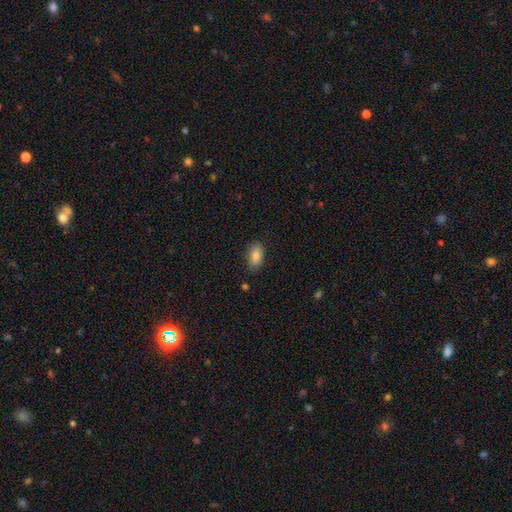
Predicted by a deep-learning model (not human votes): The model was most divided on "merging": none: 85%, minor disturbance: 11%, major disturbance: 2%, merger: 1%. More confident: how rounded — in between (91%); smooth or featured — smooth (84%).